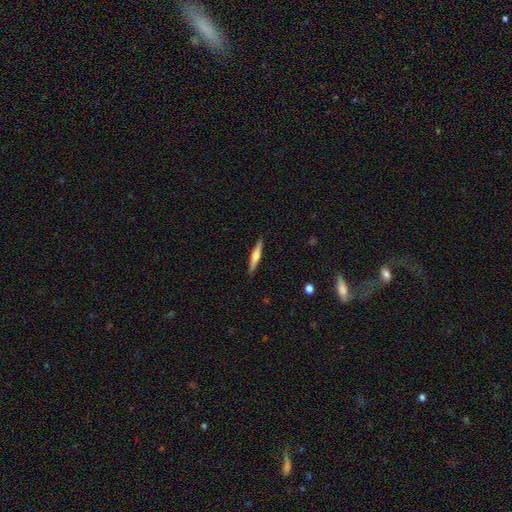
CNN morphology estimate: Smooth or featured?
  - featured or disk: 53% *
  - smooth: 42%
  - star or artifact: 6%
Edge-on disk?
  - yes: 96% *
  - no: 4%
Edge-on bulge?
  - rounded: 84% *
  - none: 9%
  - boxy: 7%
Merging?
  - none: 90% *
  - minor disturbance: 7%
  - major disturbance: 2%
  - merger: 1%